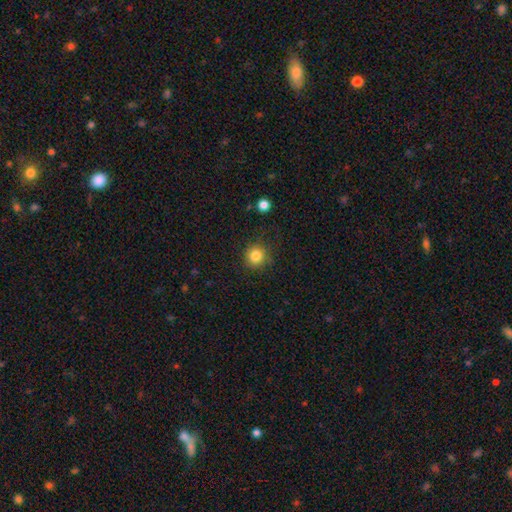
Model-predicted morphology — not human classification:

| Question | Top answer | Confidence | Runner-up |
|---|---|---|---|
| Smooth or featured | smooth | 83% | star or artifact (11%) |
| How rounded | round | 93% | in between (6%) |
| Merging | none | 87% | minor disturbance (9%) |